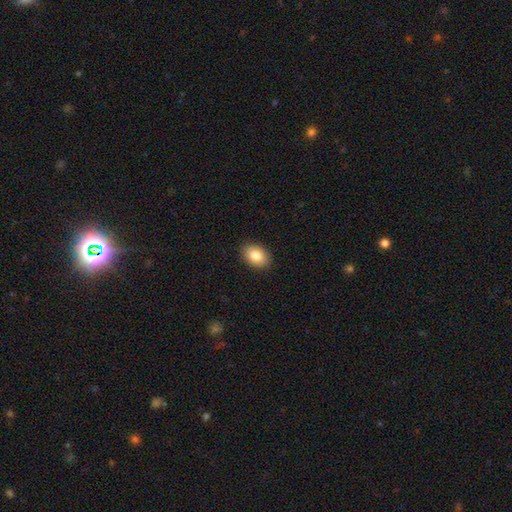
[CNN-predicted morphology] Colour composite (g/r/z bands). It shows a smooth galaxy with no disk features (85%) that is in between round and cigar-shaped (84%). Merging: none (89%).